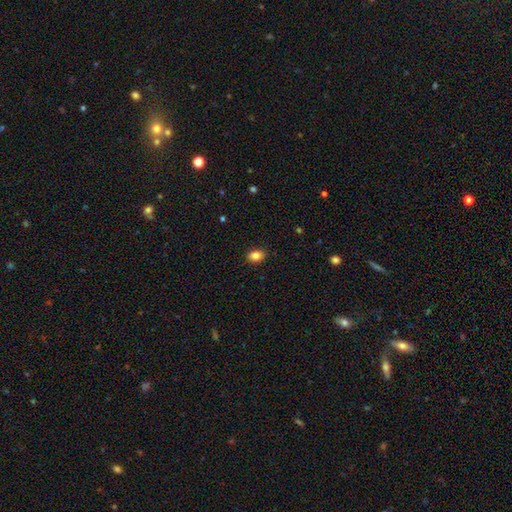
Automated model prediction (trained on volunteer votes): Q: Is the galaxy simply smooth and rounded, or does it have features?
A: smooth — 85%.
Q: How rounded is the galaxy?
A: in between — 77%.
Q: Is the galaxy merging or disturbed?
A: none — 87%.